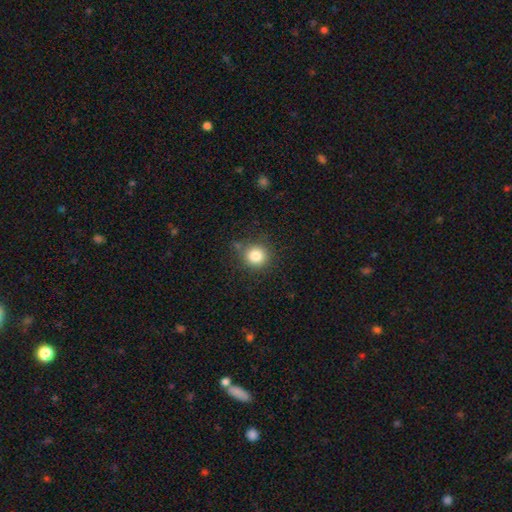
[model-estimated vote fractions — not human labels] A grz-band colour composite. It shows a smooth galaxy with no disk features (83%) that is round (91%). Merging: none (82%).